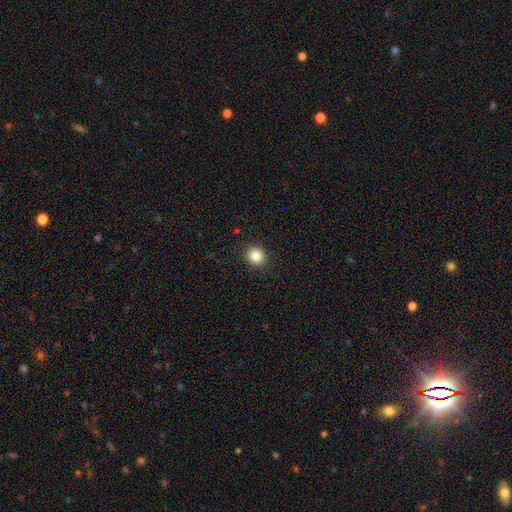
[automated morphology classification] smooth_or_featured: smooth (p=0.85) [alt: star or artifact p=0.11]
how_rounded: round (p=0.83) [alt: in between p=0.16]
merging: none (p=0.91) [alt: minor disturbance p=0.06]